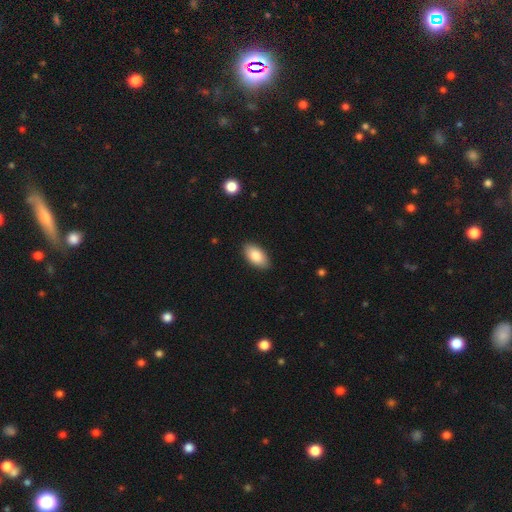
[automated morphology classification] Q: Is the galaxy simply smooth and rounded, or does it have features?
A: smooth — 85%.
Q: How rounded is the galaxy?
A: in between — 94%.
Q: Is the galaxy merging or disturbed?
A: none — 88%.